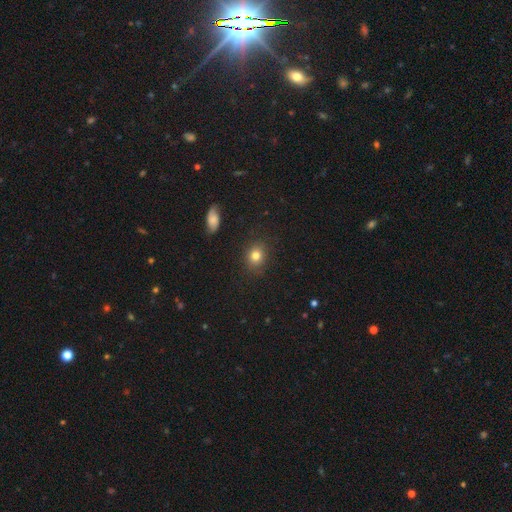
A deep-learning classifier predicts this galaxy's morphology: Smooth or featured?
  - smooth: 81% *
  - star or artifact: 12%
  - featured or disk: 8%
How rounded?
  - round: 61% *
  - in between: 38%
  - cigar-shaped: 1%
Merging?
  - none: 86% *
  - minor disturbance: 10%
  - major disturbance: 3%
  - merger: 2%